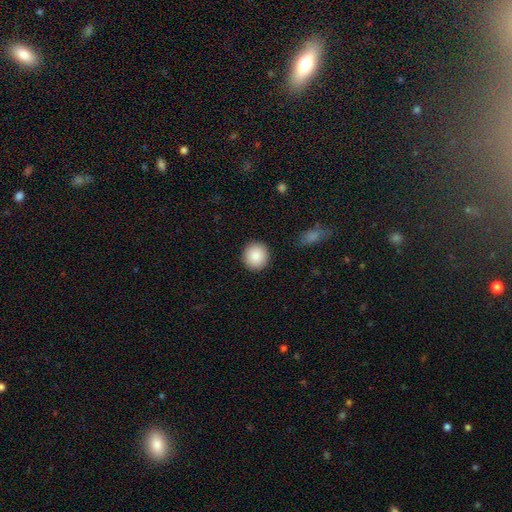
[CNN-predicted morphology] The model was most divided on "how rounded": round: 87%, in between: 12%, cigar-shaped: 1%. More confident: merging — none (91%); smooth or featured — smooth (88%).